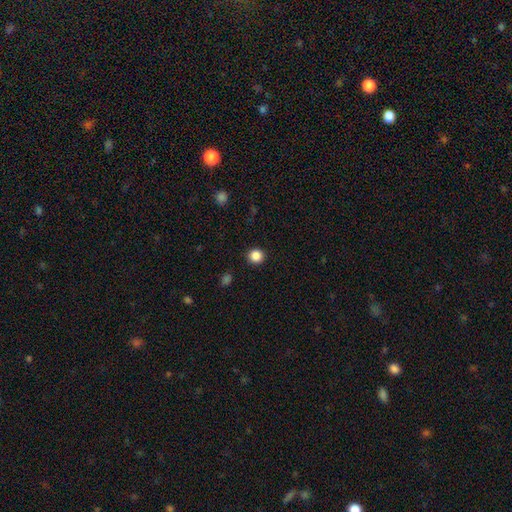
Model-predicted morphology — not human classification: Q: Smooth or featured?
A: smooth (86%); runner-up: star or artifact (11%)
Q: How rounded?
A: round (93%); runner-up: in between (6%)
Q: Merging?
A: none (92%); runner-up: minor disturbance (5%)